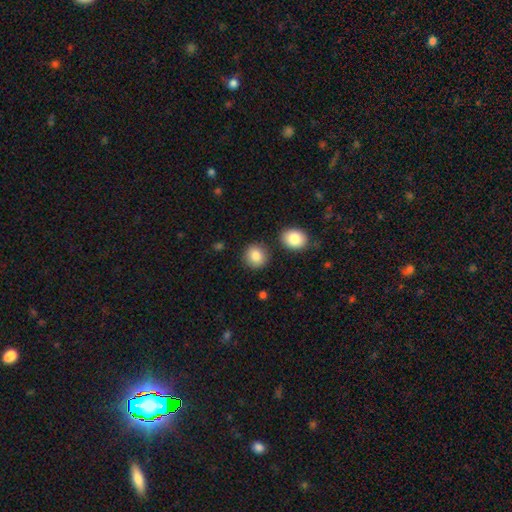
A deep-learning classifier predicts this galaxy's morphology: smooth-or-featured: smooth: 86% | star or artifact: 8% | featured or disk: 6%
  how-rounded: round: 85% | in between: 14% | cigar-shaped: 1%
  merging: none: 86% | minor disturbance: 7% | merger: 5% | major disturbance: 2%